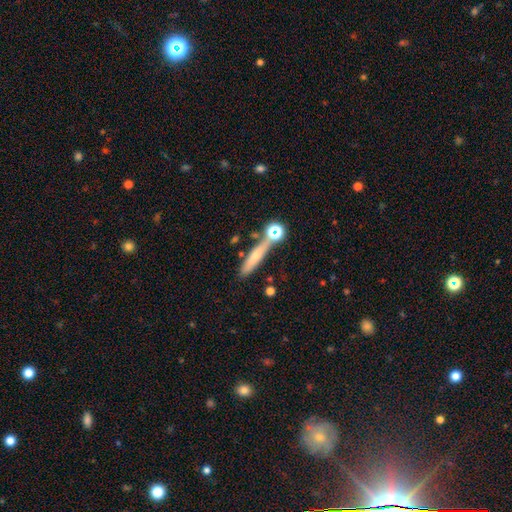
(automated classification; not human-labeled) Q: Smooth or featured?
A: smooth (58%); runner-up: featured or disk (31%)
Q: How rounded?
A: cigar-shaped (83%); runner-up: in between (12%)
Q: Merging?
A: none (68%); runner-up: minor disturbance (14%)